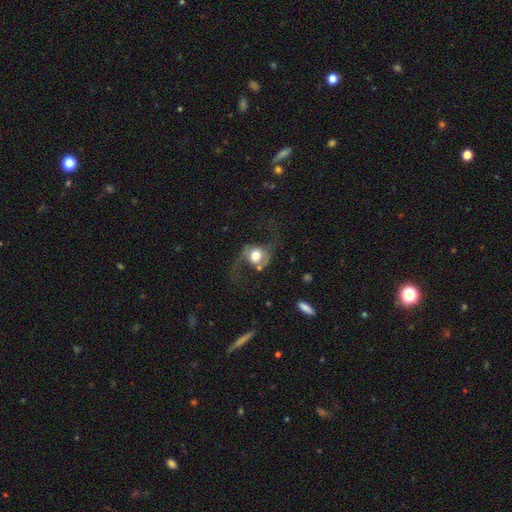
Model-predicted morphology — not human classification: Smooth or featured?
  - featured or disk: 61% *
  - smooth: 31%
  - star or artifact: 8%
Edge-on disk?
  - no: 94% *
  - yes: 6%
Bar?
  - no: 68% *
  - weak: 24%
  - strong: 8%
Spiral arms?
  - yes: 81% *
  - no: 19%
Bulge size?
  - moderate: 46% *
  - large: 37%
  - dominant: 11%
  - small: 5%
  - none: 1%
Merging?
  - none: 46% *
  - major disturbance: 33%
  - minor disturbance: 17%
  - merger: 4%